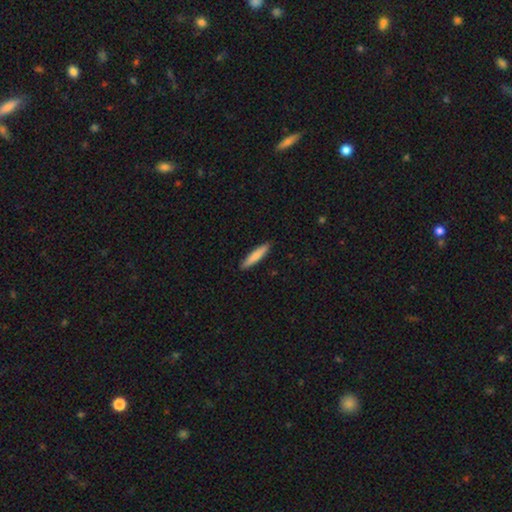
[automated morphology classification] Smooth or featured? Predicted: smooth (p=0.82). How rounded? Predicted: cigar-shaped (p=0.88). Merging? Predicted: none (p=0.90).